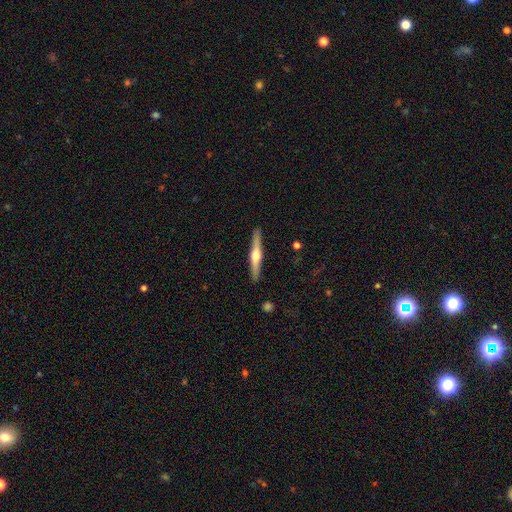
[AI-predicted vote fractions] featured or disk 67%, smooth 28%, star or artifact 5%. Down the decision tree: edge-on disk — yes (98%); edge-on bulge — rounded (93%); merging — none (91%).